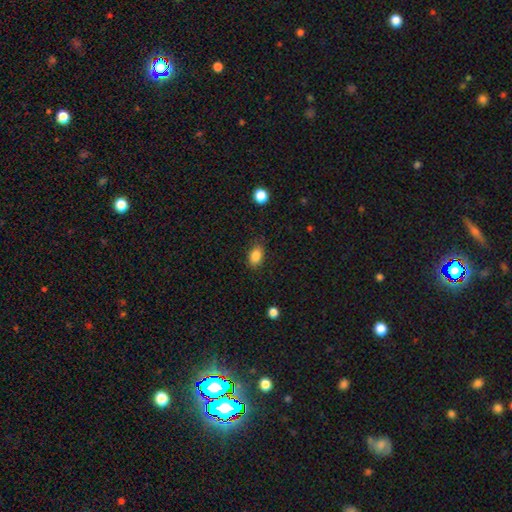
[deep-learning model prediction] A smooth galaxy with no disk features (85%) that is in between round and cigar-shaped (83%).

Vote fractions:
- Smooth or featured? smooth: 85% / star or artifact: 9% / featured or disk: 6%
- How rounded? in between: 83% / round: 15% / cigar-shaped: 2%
- Merging? none: 84% / minor disturbance: 12% / major disturbance: 3% / merger: 1%